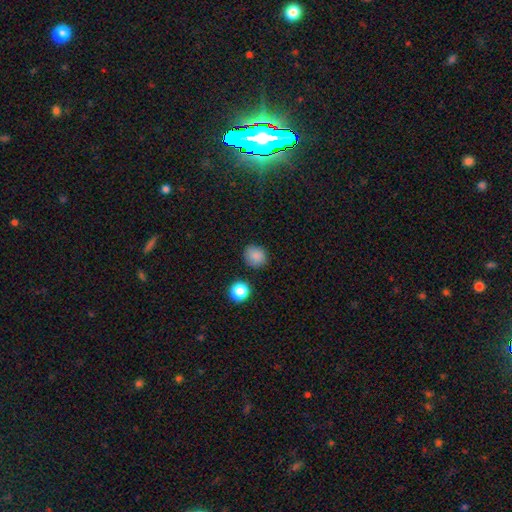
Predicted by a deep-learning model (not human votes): smooth-or-featured: smooth: 85% | star or artifact: 11% | featured or disk: 4%
  how-rounded: round: 79% | in between: 20% | cigar-shaped: 1%
  merging: none: 85% | minor disturbance: 10% | major disturbance: 3% | merger: 2%